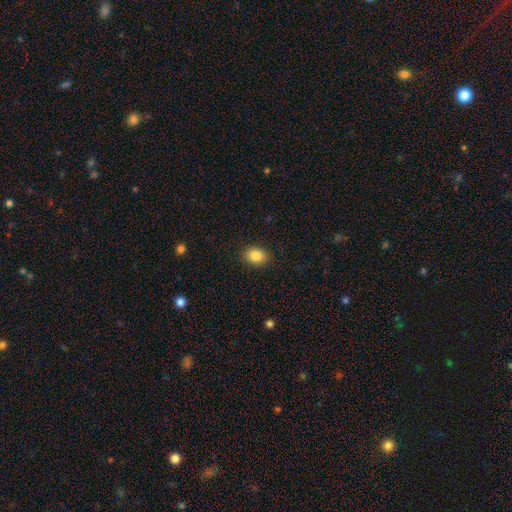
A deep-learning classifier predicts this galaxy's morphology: type=smooth (85%); roundness=in between (58%); merging=none (89%).